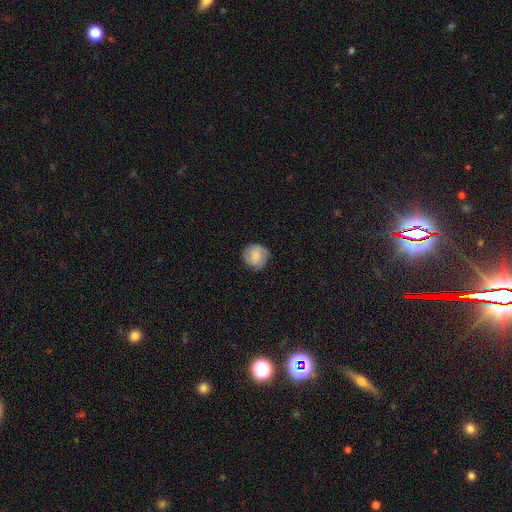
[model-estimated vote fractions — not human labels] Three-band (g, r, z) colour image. It shows a smooth galaxy with no disk features (70%) that is round (91%). Merging: none (82%).